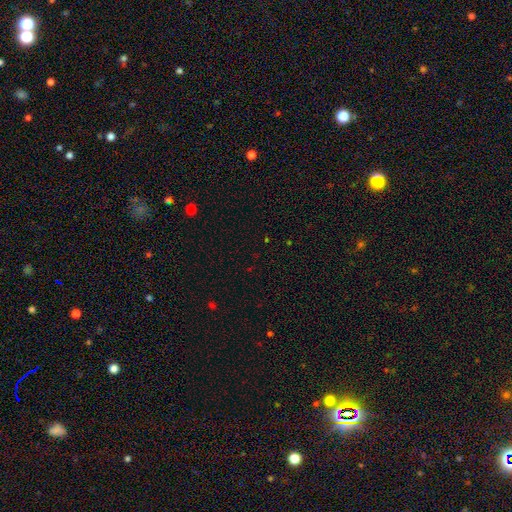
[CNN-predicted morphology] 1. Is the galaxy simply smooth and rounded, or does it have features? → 65% star or artifact, 28% smooth, 7% featured or disk.